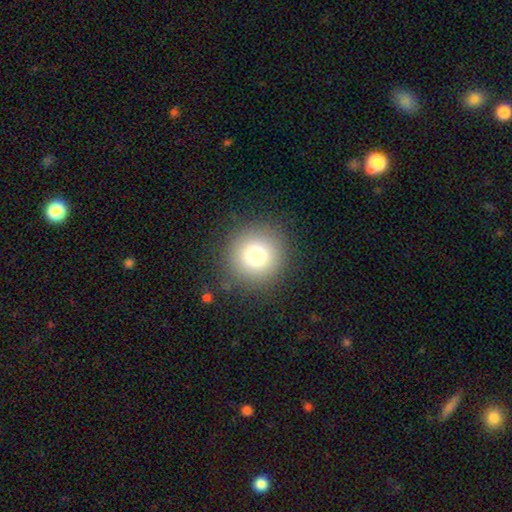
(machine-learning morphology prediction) Smooth or featured? Predicted: smooth (p=0.79). How rounded? Predicted: round (p=0.95). Merging? Predicted: none (p=0.88).